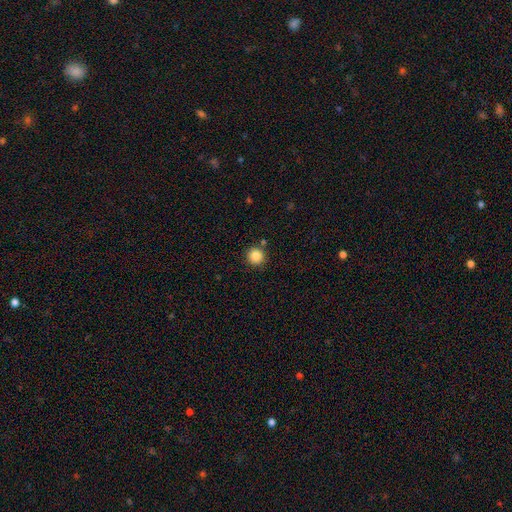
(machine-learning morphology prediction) smooth 85%, star or artifact 11%, featured or disk 4%. Down the decision tree: how rounded — round (95%); merging — none (85%).